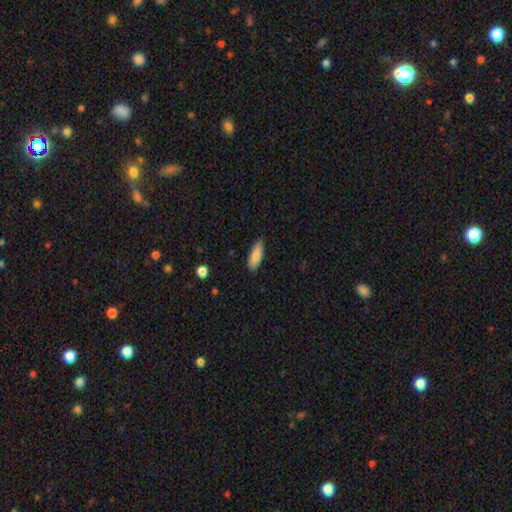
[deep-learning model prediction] smooth_or_featured: smooth (p=0.87) [alt: featured or disk p=0.07]
how_rounded: in between (p=0.64) [alt: cigar-shaped p=0.34]
merging: none (p=0.83) [alt: minor disturbance p=0.13]